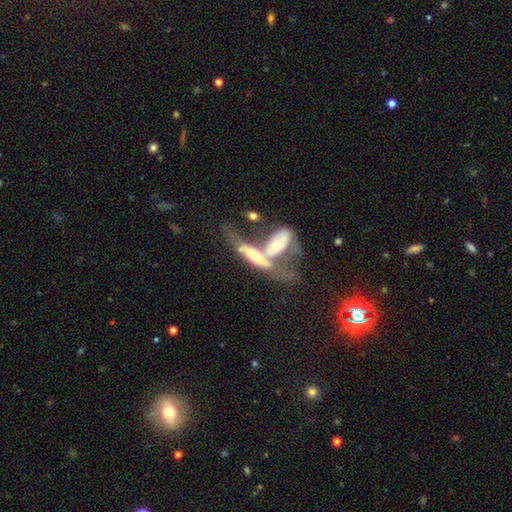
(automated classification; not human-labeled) Overall: featured or disk (59%; smooth 33%). Edge-on disk: no (62%; yes 38%). Merging: merger (74%).